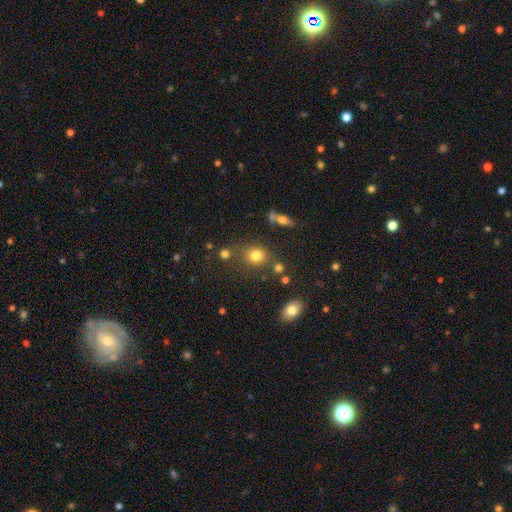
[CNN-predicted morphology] Smooth or featured? Predicted: smooth (p=0.77). How rounded? Predicted: round (p=0.72). Merging? Predicted: none (p=0.74).